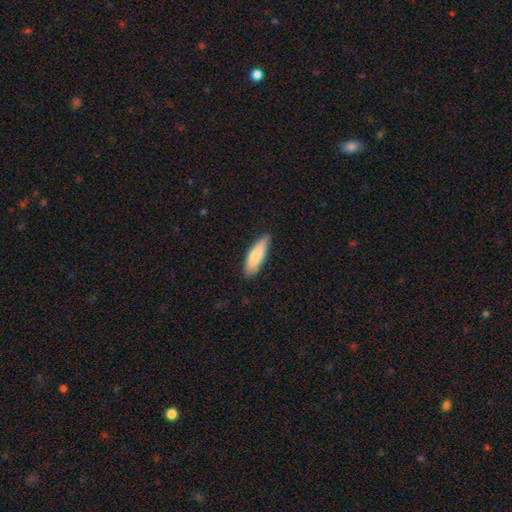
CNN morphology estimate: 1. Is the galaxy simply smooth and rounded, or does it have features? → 79% smooth, 15% featured or disk, 6% star or artifact.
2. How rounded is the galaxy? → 53% in between, 45% cigar-shaped, 2% round.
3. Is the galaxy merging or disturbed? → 71% none, 24% minor disturbance, 4% major disturbance, 1% merger.